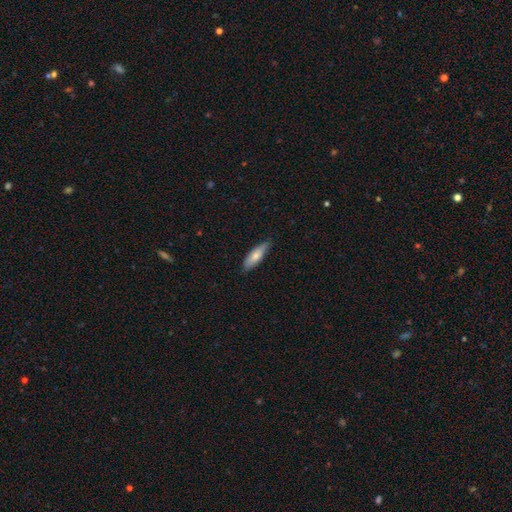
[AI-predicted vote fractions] A smooth galaxy with no disk features (73%) that is in between round and cigar-shaped (51%).

Vote fractions:
- Smooth or featured? smooth: 73% / featured or disk: 21% / star or artifact: 6%
- How rounded? in between: 51% / cigar-shaped: 47% / round: 2%
- Merging? none: 77% / minor disturbance: 20% / major disturbance: 2% / merger: 1%